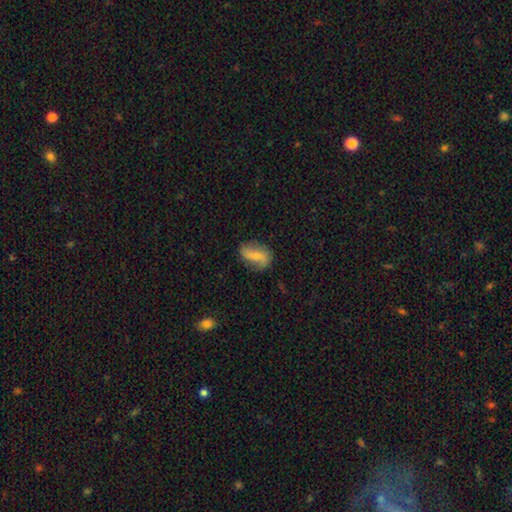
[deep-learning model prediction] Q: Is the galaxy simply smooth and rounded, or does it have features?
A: featured or disk — 52%.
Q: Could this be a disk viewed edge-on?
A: no — 96%.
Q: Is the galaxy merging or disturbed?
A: none — 66%.